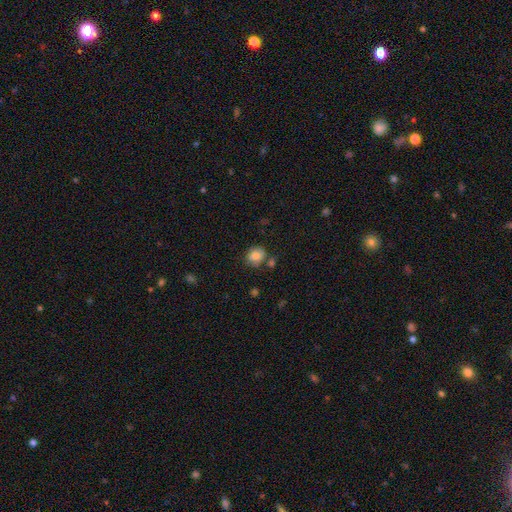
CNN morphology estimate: smooth-or-featured: smooth: 81% | featured or disk: 10% | star or artifact: 9%
  how-rounded: round: 74% | in between: 26% | cigar-shaped: 1%
  merging: none: 69% | minor disturbance: 17% | merger: 9% | major disturbance: 4%